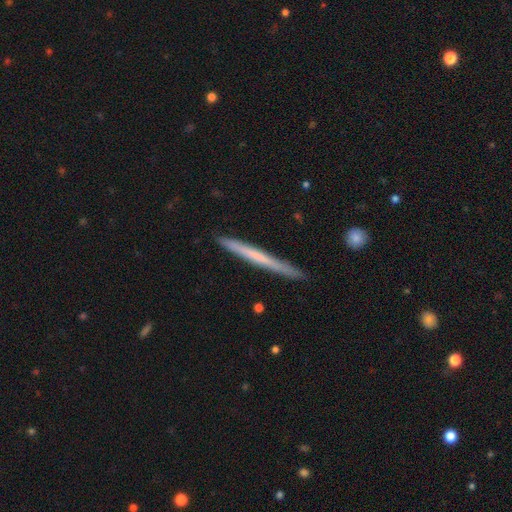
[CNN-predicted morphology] smooth 50%, featured or disk 45%, star or artifact 5%. Down the decision tree: how rounded — cigar-shaped (97%); merging — none (90%).